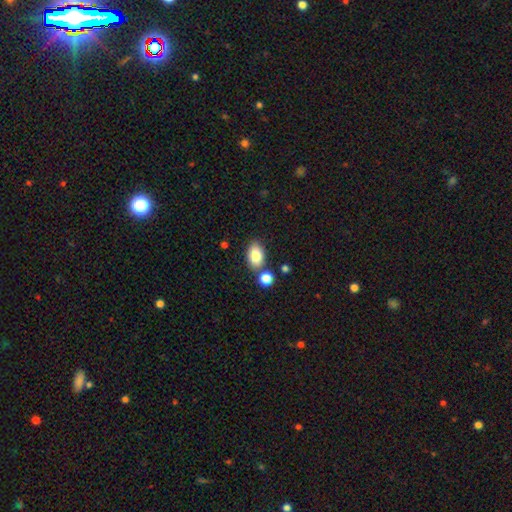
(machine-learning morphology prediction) Q: Smooth or featured?
A: smooth (83%); runner-up: featured or disk (9%)
Q: How rounded?
A: in between (87%); runner-up: round (11%)
Q: Merging?
A: none (72%); runner-up: merger (13%)